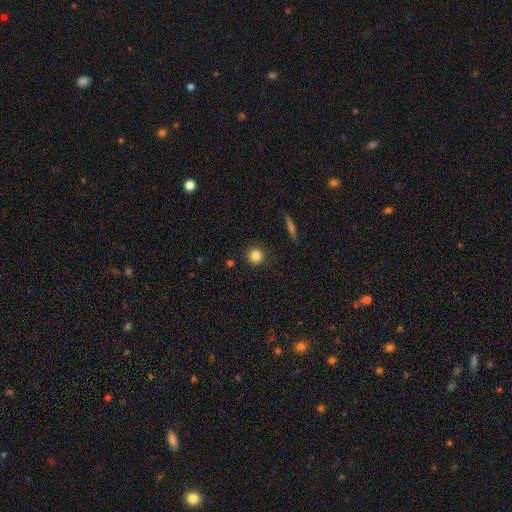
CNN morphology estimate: Smooth or featured?
  - smooth: 83% *
  - star or artifact: 11%
  - featured or disk: 6%
How rounded?
  - round: 93% *
  - in between: 5%
  - cigar-shaped: 1%
Merging?
  - none: 90% *
  - minor disturbance: 7%
  - major disturbance: 2%
  - merger: 2%